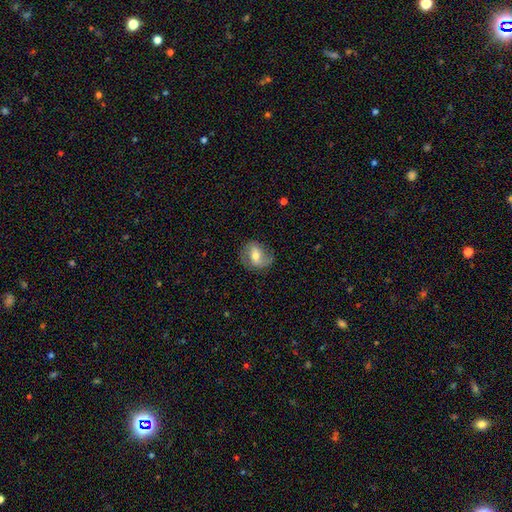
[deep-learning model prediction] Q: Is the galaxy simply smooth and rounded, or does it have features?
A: featured or disk — 56%.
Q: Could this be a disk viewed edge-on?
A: no — 95%.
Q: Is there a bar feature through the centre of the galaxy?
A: weak — 42%.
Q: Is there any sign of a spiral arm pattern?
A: yes — 78%.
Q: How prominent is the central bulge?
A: moderate — 66%.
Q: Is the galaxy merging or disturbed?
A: none — 74%.